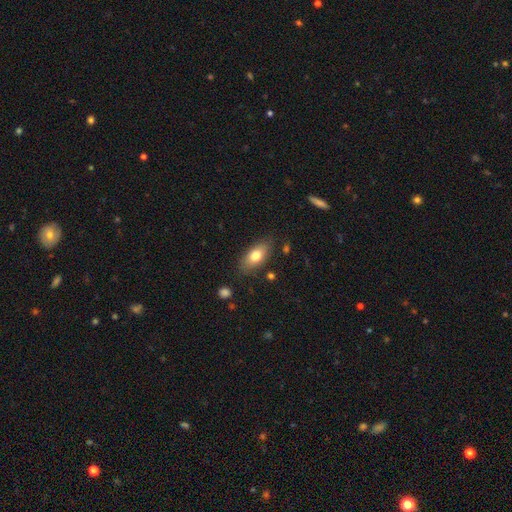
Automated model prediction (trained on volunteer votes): smooth 76%, featured or disk 17%, star or artifact 7%. Down the decision tree: how rounded — in between (87%); merging — none (81%).